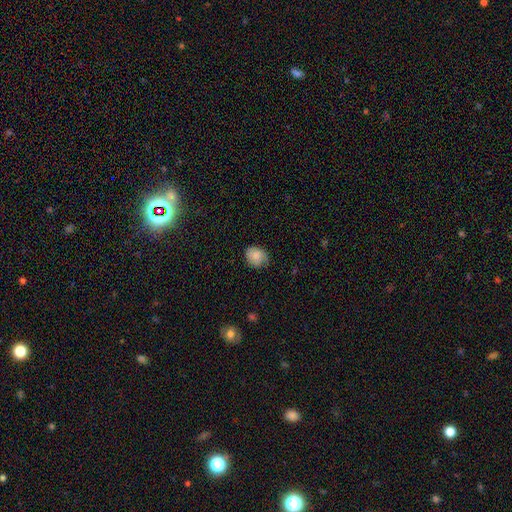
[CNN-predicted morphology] Smooth or featured? smooth (82%)
How rounded? round (54%)
Merging? none (66%)